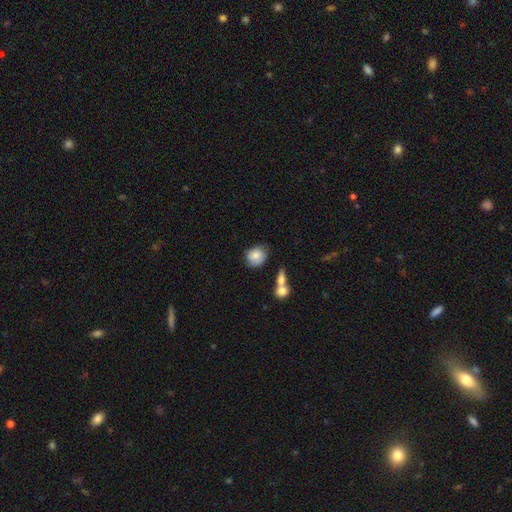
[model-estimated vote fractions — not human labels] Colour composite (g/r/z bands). It shows a smooth galaxy with no disk features (78%) that is round (60%). Merging: none (57%).